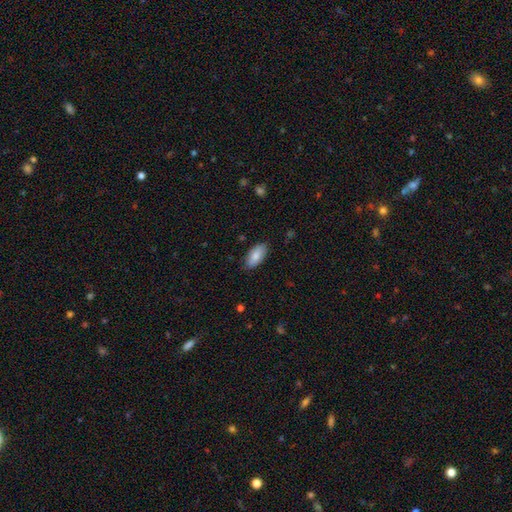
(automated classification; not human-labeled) Smooth or featured? Predicted: smooth (p=0.83). How rounded? Predicted: in between (p=0.90). Merging? Predicted: none (p=0.84).